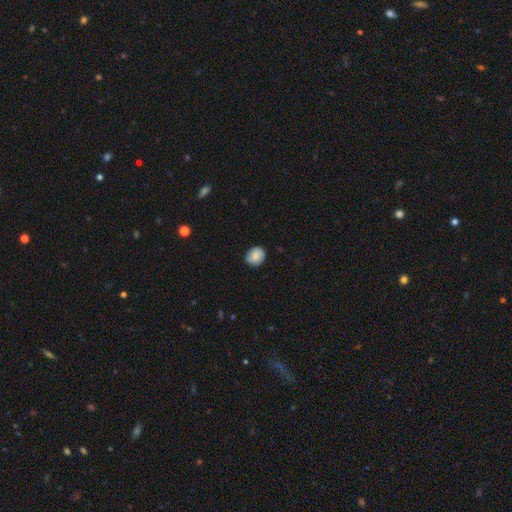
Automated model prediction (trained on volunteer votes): This appears to be a smooth galaxy with no disk features (77%) that is round (79%). Merging: none (83%).